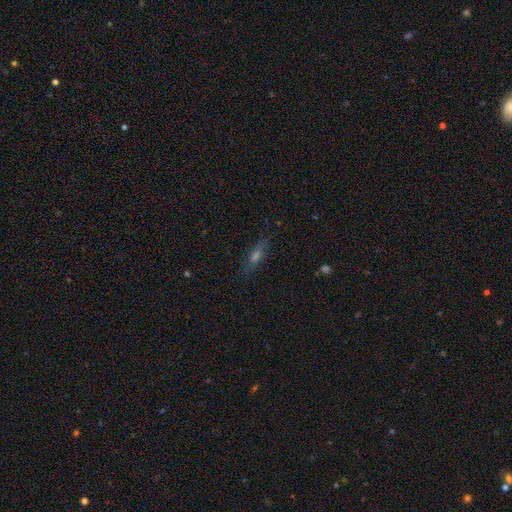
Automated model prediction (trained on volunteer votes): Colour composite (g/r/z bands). It shows a featured or disk galaxy (42%). Merging: none (84%).